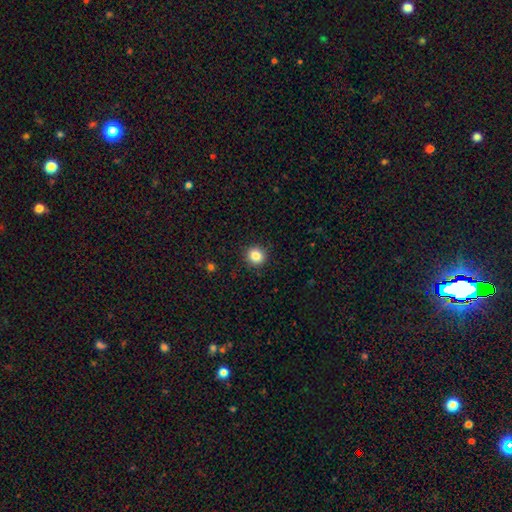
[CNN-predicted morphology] Smooth or featured?
  - smooth: 85% *
  - star or artifact: 10%
  - featured or disk: 5%
How rounded?
  - round: 91% *
  - in between: 8%
  - cigar-shaped: 1%
Merging?
  - none: 92% *
  - minor disturbance: 6%
  - major disturbance: 2%
  - merger: 1%